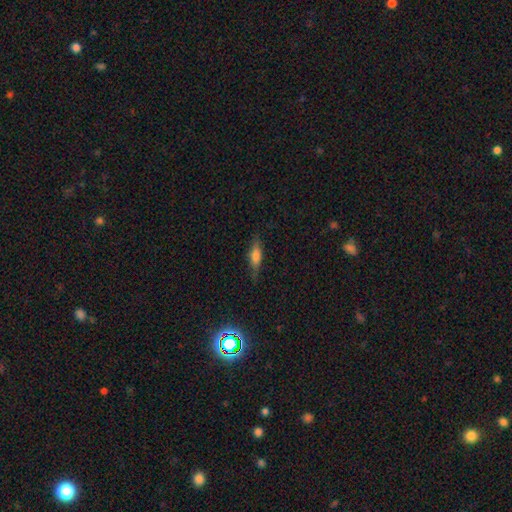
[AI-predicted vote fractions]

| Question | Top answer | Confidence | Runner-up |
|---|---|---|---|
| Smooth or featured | smooth | 54% | featured or disk (37%) |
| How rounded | cigar-shaped | 61% | in between (36%) |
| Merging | none | 80% | minor disturbance (15%) |